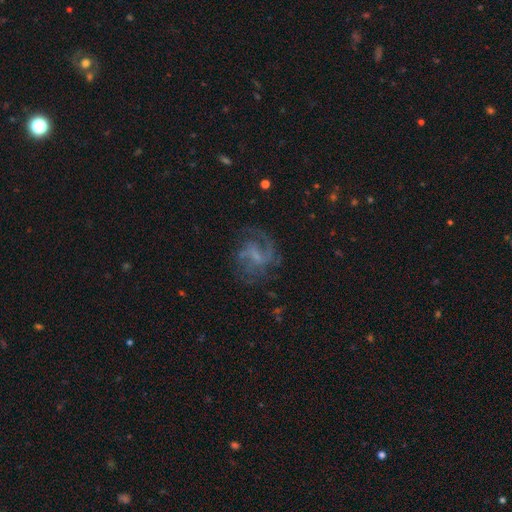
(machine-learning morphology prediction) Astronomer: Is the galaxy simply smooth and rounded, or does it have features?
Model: featured or disk — 78%.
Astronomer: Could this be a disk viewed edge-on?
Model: no — 98%.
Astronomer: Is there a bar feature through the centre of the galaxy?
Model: weak — 53% (runner-up: no, 32%).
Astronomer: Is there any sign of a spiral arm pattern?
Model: yes — 91%.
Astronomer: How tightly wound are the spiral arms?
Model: medium — 47% (runner-up: loose, 33%).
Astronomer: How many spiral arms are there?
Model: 2 — 41% (runner-up: 1, 20%).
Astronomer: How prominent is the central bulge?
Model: small — 44% (runner-up: none, 35%).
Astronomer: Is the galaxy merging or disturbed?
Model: none — 60%.